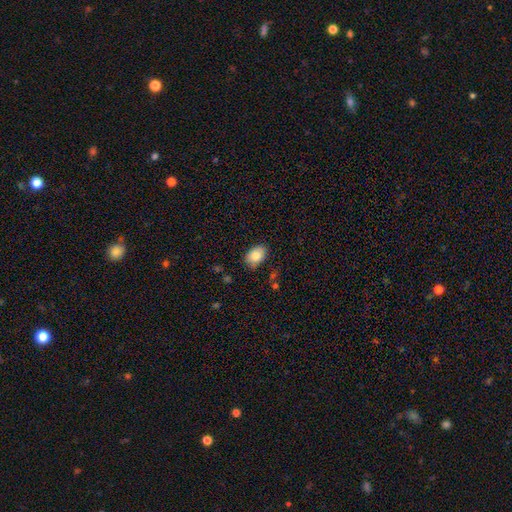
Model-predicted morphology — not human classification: Q: Smooth or featured?
A: smooth (83%); runner-up: featured or disk (9%)
Q: How rounded?
A: in between (85%); runner-up: round (14%)
Q: Merging?
A: none (81%); runner-up: minor disturbance (15%)